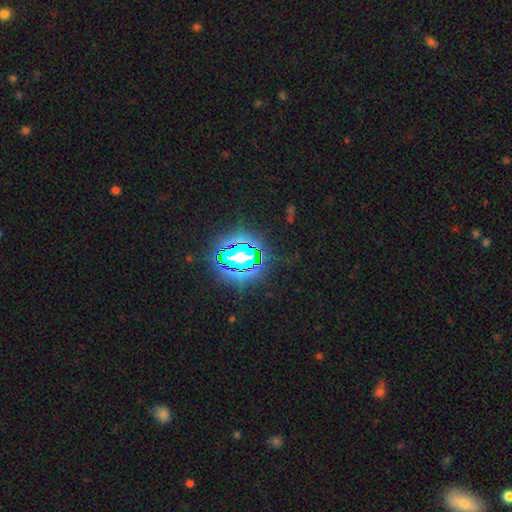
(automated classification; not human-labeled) A star or artifact, not a galaxy (80%).